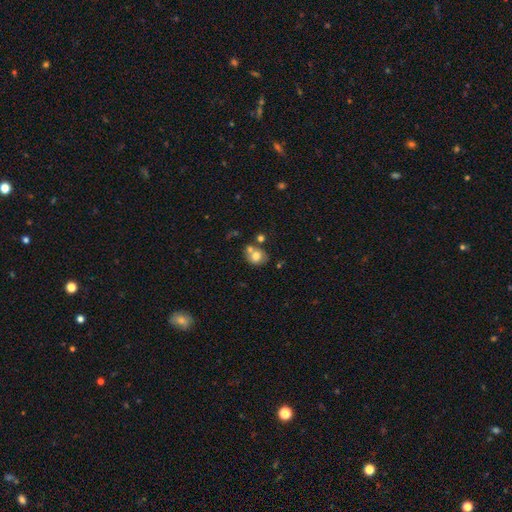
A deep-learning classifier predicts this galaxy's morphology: This appears to be a smooth galaxy with no disk features (71%) that is round (68%). Merging: none (49%).